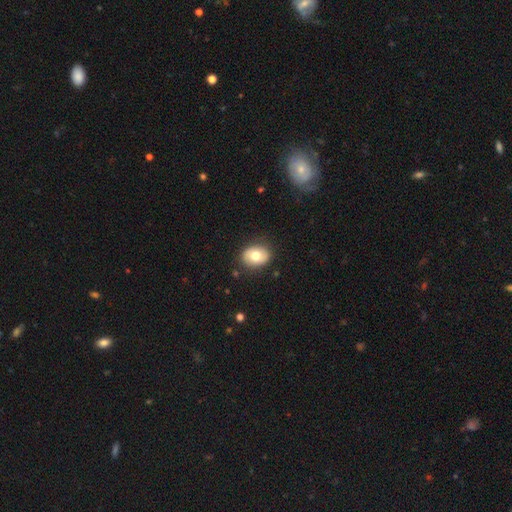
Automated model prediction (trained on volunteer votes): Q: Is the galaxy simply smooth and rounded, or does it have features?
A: smooth — 71%.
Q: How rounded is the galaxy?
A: in between — 58%.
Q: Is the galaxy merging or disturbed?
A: none — 85%.